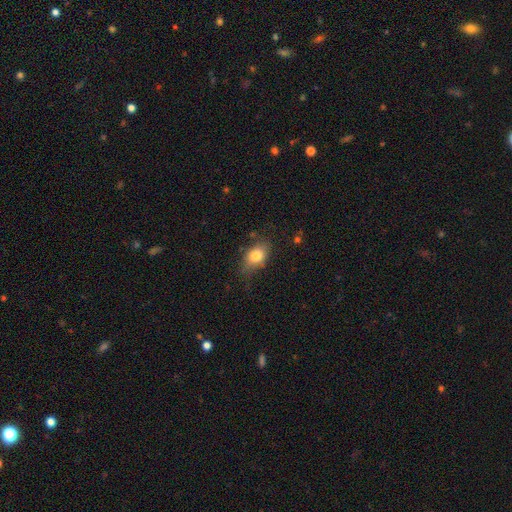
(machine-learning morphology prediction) type=smooth (79%); roundness=in between (76%); merging=none (64%).